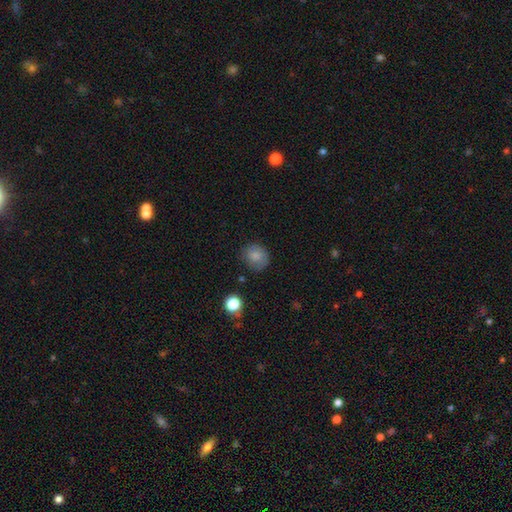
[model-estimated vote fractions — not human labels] Smooth or featured? smooth (83%)
How rounded? round (81%)
Merging? none (73%)